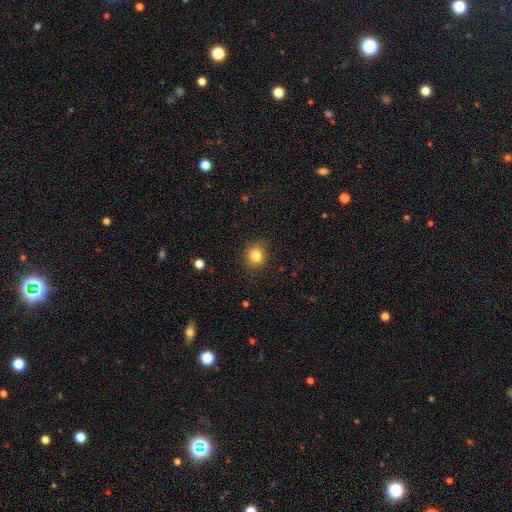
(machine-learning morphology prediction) Smooth or featured: smooth — 82% (star or artifact — 11%)
How rounded: round — 74% (in between — 25%)
Merging: none — 86% (minor disturbance — 10%)